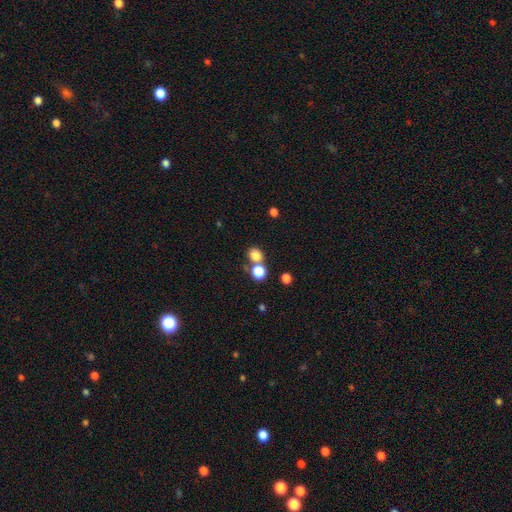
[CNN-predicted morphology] smooth-or-featured: smooth: 79% | star or artifact: 14% | featured or disk: 7%
  how-rounded: round: 71% | in between: 28% | cigar-shaped: 1%
  merging: none: 58% | merger: 30% | minor disturbance: 8% | major disturbance: 4%